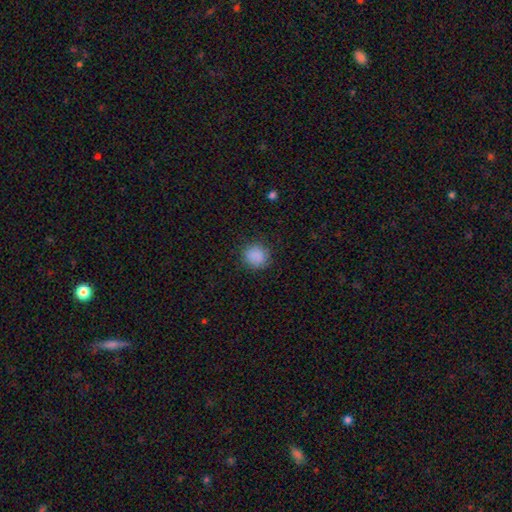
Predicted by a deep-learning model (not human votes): Smooth or featured: smooth — 88% (star or artifact — 9%)
How rounded: round — 85% (in between — 14%)
Merging: none — 86% (minor disturbance — 9%)